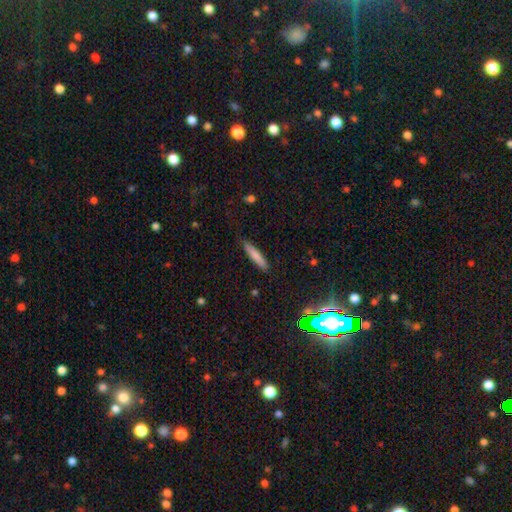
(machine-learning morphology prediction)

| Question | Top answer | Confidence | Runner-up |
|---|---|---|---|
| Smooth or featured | smooth | 79% | featured or disk (14%) |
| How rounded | cigar-shaped | 88% | in between (10%) |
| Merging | none | 86% | minor disturbance (11%) |